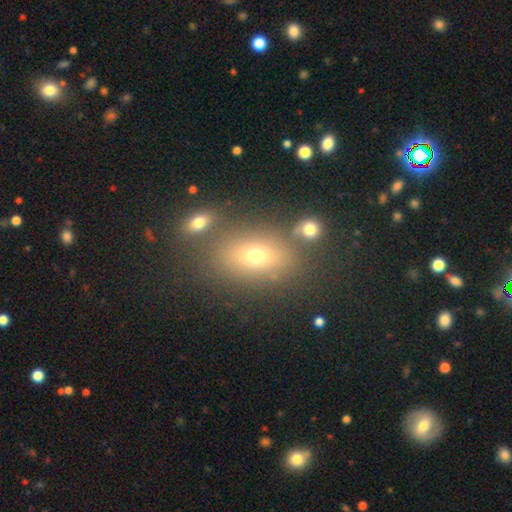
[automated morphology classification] The model was most divided on "smooth or featured": smooth: 60%, star or artifact: 22%, featured or disk: 18%. More confident: how rounded — in between (74%); merging — none (72%).